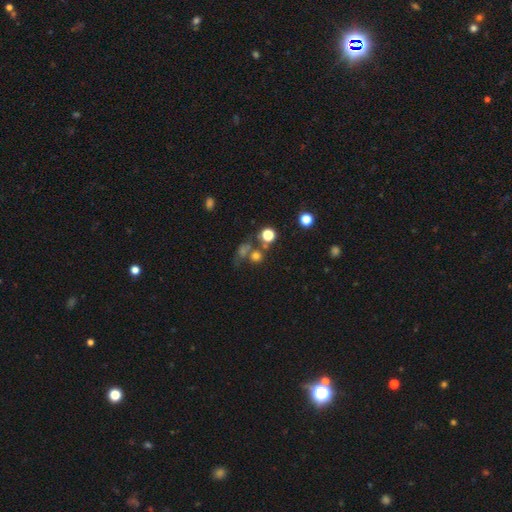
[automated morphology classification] Smooth or featured? smooth (64%)
How rounded? round (85%)
Merging? none (53%)